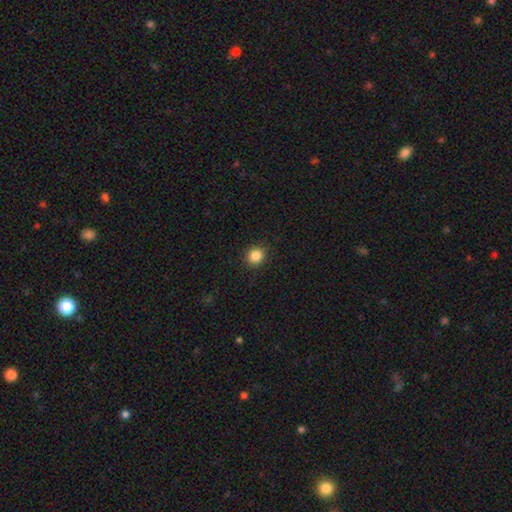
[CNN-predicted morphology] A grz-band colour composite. It shows a smooth galaxy with no disk features (86%) that is round (82%). Merging: none (91%).